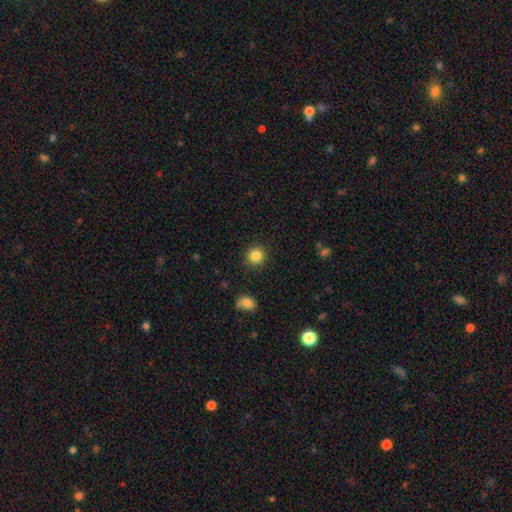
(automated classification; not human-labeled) smooth 85%, star or artifact 11%, featured or disk 4%. Down the decision tree: how rounded — round (93%); merging — none (90%).